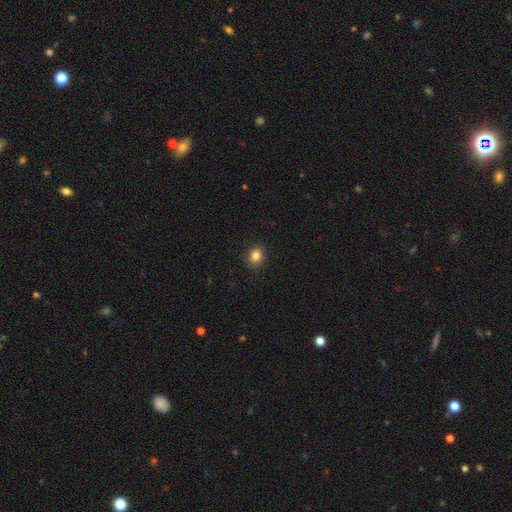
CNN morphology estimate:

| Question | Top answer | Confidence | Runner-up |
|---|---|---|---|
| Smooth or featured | smooth | 84% | star or artifact (11%) |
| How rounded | round | 67% | in between (32%) |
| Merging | none | 90% | minor disturbance (7%) |